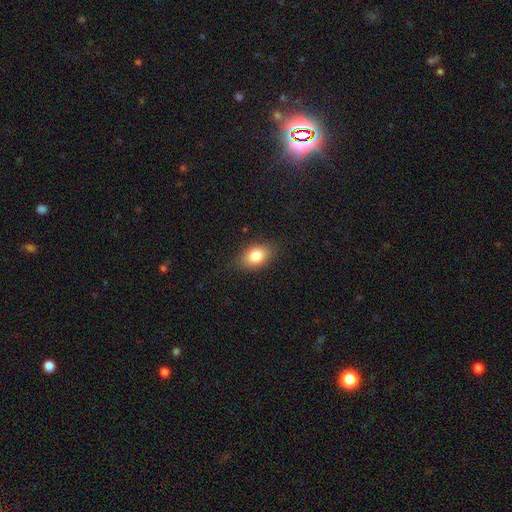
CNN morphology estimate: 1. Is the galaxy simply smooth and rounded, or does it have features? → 82% smooth, 10% featured or disk, 9% star or artifact.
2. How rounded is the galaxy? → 81% in between, 17% round, 2% cigar-shaped.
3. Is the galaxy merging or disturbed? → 84% none, 12% minor disturbance, 3% major disturbance, 1% merger.